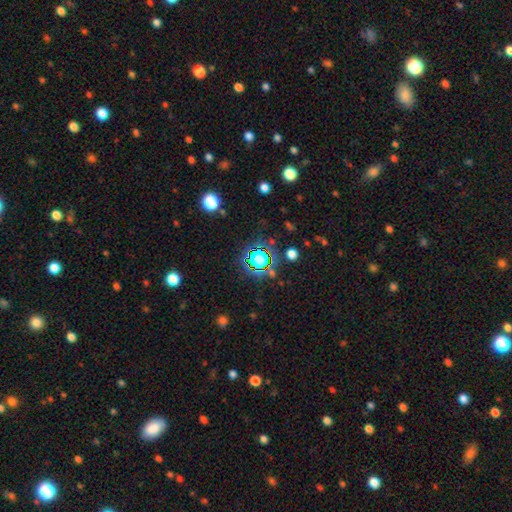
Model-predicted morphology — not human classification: type=star or artifact (59%).